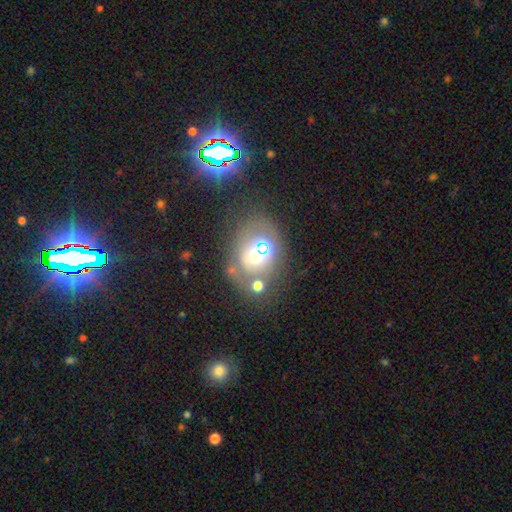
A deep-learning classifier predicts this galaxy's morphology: A smooth galaxy with no disk features (46%). Merging: none (56%).